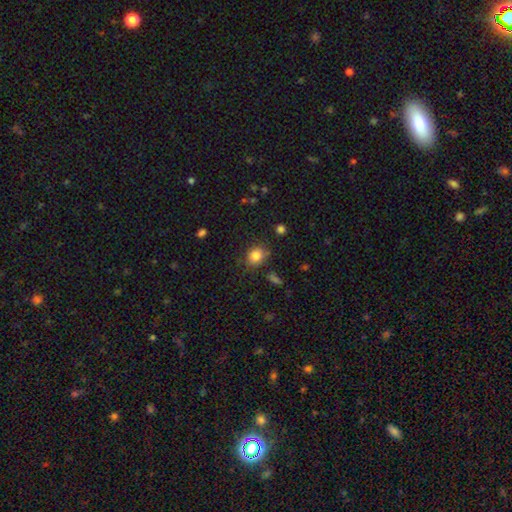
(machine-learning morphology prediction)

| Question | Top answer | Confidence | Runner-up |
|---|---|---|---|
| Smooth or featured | smooth | 83% | star or artifact (11%) |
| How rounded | round | 69% | in between (30%) |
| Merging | none | 77% | minor disturbance (15%) |